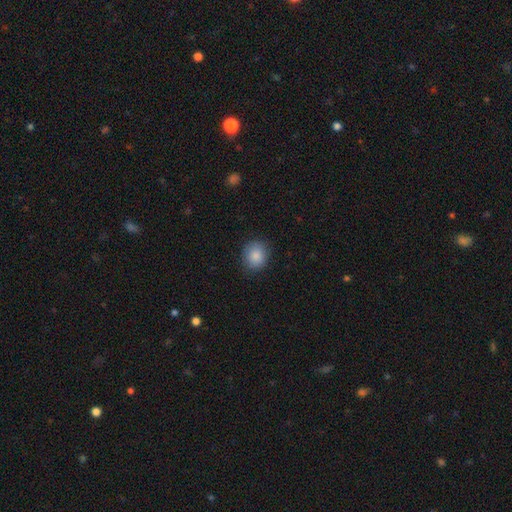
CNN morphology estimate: smooth_or_featured: smooth (p=0.87) [alt: star or artifact p=0.08]
how_rounded: round (p=0.74) [alt: in between p=0.25]
merging: none (p=0.86) [alt: minor disturbance p=0.10]